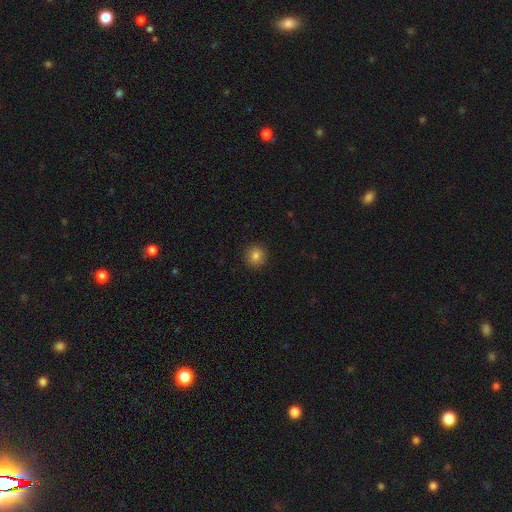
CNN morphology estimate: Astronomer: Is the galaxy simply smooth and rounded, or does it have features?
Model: smooth — 84%.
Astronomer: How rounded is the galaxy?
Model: round — 91%.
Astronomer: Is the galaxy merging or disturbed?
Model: none — 92%.